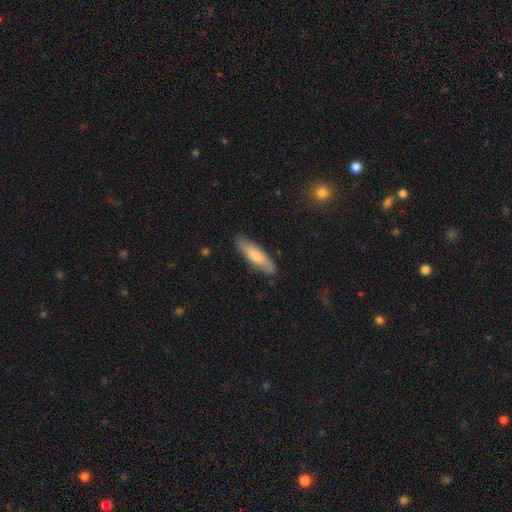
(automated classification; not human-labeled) Morphology: type=smooth (70%); roundness=cigar-shaped (57%); merging=none (82%).